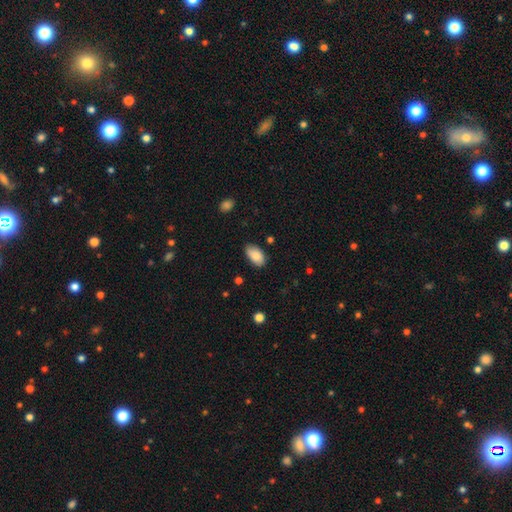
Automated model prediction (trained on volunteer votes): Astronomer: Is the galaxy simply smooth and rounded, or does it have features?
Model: smooth — 86%.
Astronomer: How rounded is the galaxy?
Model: in between — 95%.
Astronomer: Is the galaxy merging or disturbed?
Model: none — 79%.